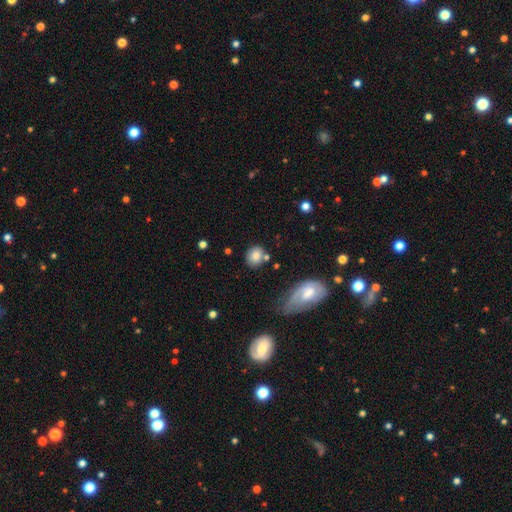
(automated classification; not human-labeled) The model was most divided on "how rounded": round: 69%, in between: 29%, cigar-shaped: 2%. More confident: smooth or featured — smooth (78%); merging — none (71%).